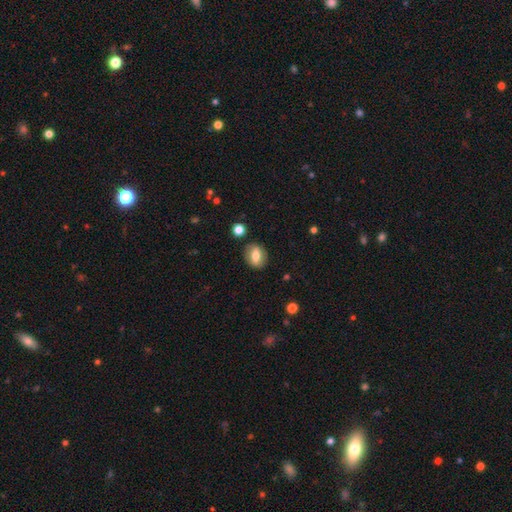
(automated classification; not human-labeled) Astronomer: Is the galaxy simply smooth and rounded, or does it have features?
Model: smooth — 66%.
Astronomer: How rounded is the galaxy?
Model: in between — 58% (runner-up: round, 40%).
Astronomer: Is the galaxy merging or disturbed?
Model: none — 85%.